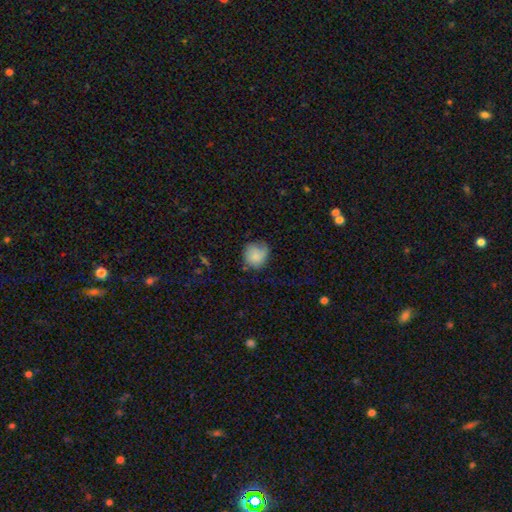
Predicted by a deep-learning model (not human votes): This appears to be a smooth galaxy with no disk features (80%) that is round (82%). Merging: none (55%).